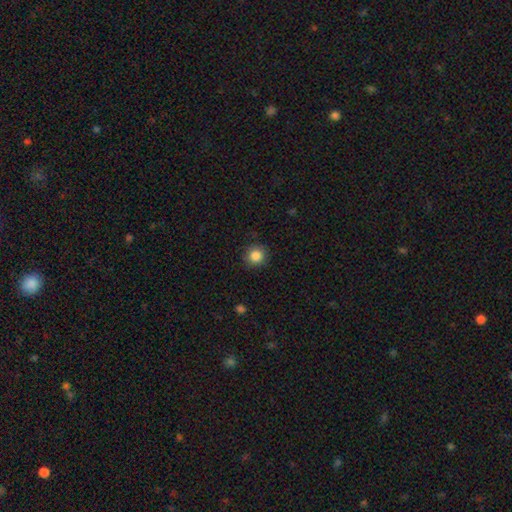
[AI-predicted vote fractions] Smooth or featured? Predicted: smooth (p=0.86). How rounded? Predicted: round (p=0.90). Merging? Predicted: none (p=0.87).